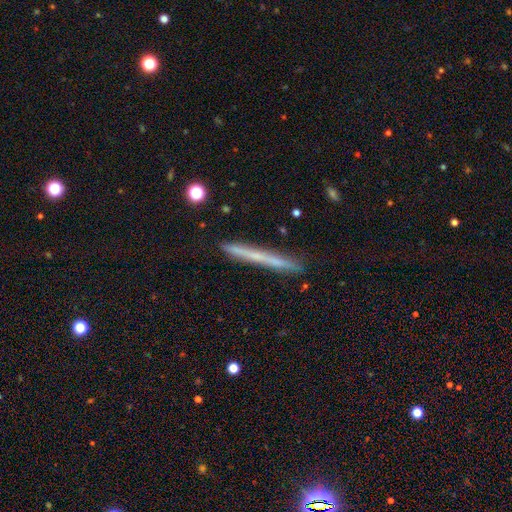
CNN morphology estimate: The model was most divided on "smooth or featured": smooth: 51%, featured or disk: 40%, star or artifact: 8%. More confident: how rounded — cigar-shaped (97%); merging — none (88%).